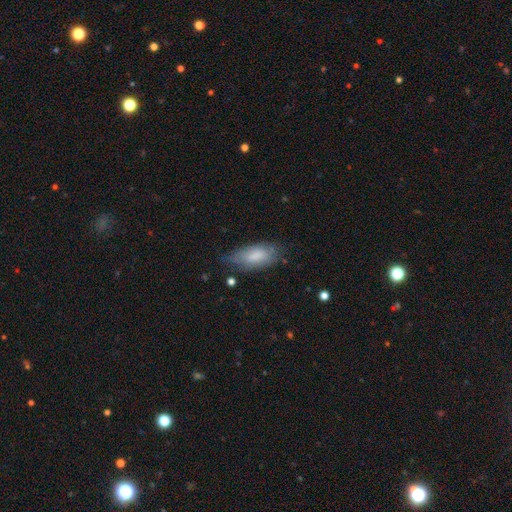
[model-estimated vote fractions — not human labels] smooth_or_featured: smooth (p=0.78) [alt: featured or disk p=0.16]
how_rounded: in between (p=0.80) [alt: cigar-shaped p=0.18]
merging: none (p=0.63) [alt: minor disturbance p=0.28]